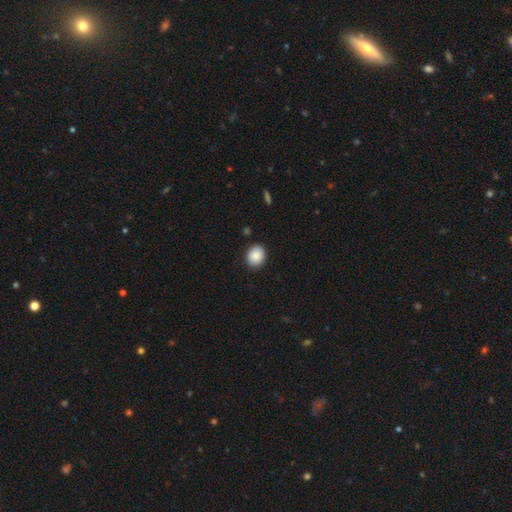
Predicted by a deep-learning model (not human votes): Smooth or featured?
  - smooth: 88% *
  - star or artifact: 8%
  - featured or disk: 4%
How rounded?
  - round: 59% *
  - in between: 41%
  - cigar-shaped: 1%
Merging?
  - none: 88% *
  - minor disturbance: 9%
  - major disturbance: 2%
  - merger: 1%